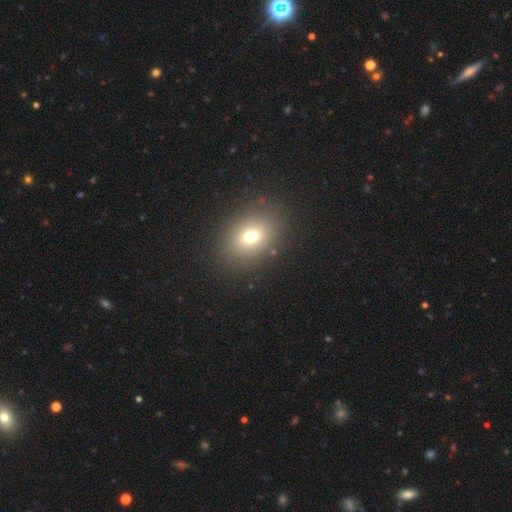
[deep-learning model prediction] A smooth galaxy with no disk features (68%) that is in between round and cigar-shaped (62%). Merging: none (90%).